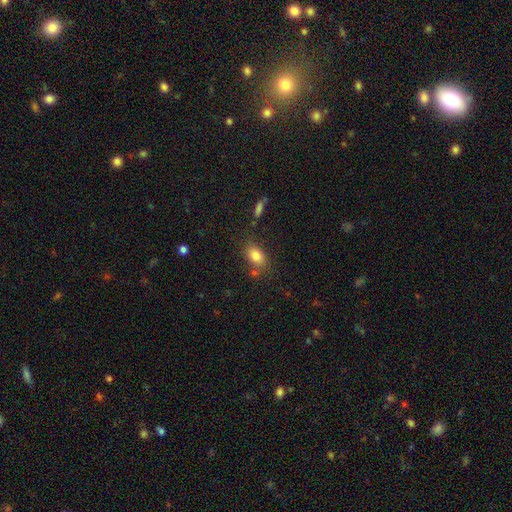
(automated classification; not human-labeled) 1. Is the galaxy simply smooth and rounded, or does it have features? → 82% smooth, 9% star or artifact, 9% featured or disk.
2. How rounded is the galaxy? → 85% in between, 13% round, 3% cigar-shaped.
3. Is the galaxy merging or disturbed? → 73% none, 14% minor disturbance, 8% merger, 5% major disturbance.